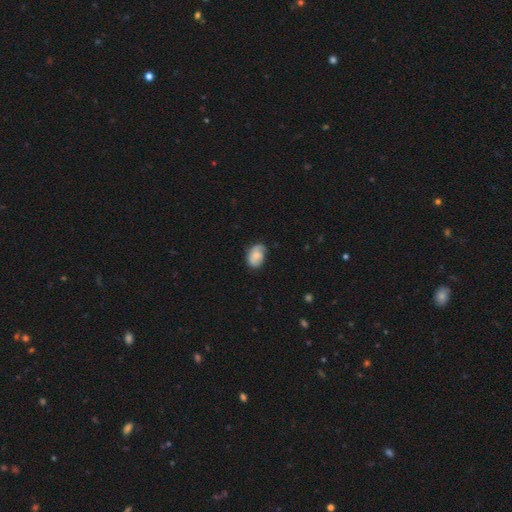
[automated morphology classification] Smooth or featured: smooth — 54% (featured or disk — 38%)
How rounded: in between — 80% (round — 19%)
Merging: none — 57% (minor disturbance — 32%)